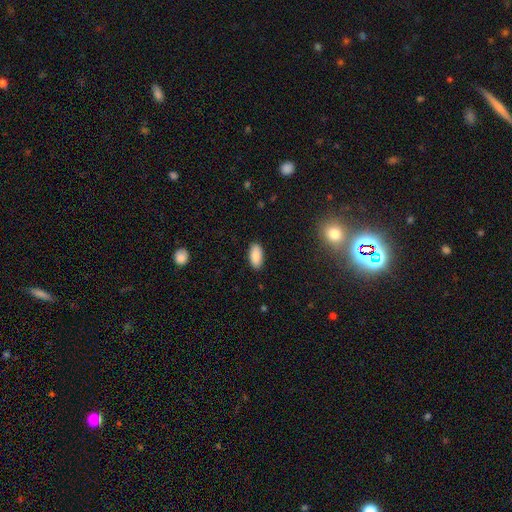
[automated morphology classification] This appears to be a smooth galaxy with no disk features (88%) that is in between round and cigar-shaped (92%). Merging: none (88%).